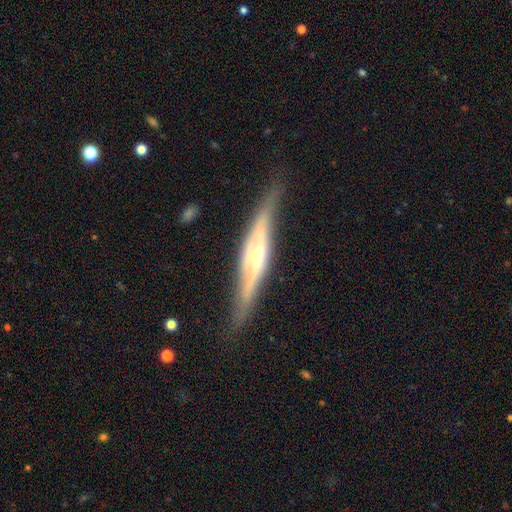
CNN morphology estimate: featured or disk 79%, smooth 15%, star or artifact 6%. Down the decision tree: edge-on disk — yes (90%); edge-on bulge — rounded (74%); merging — none (81%).